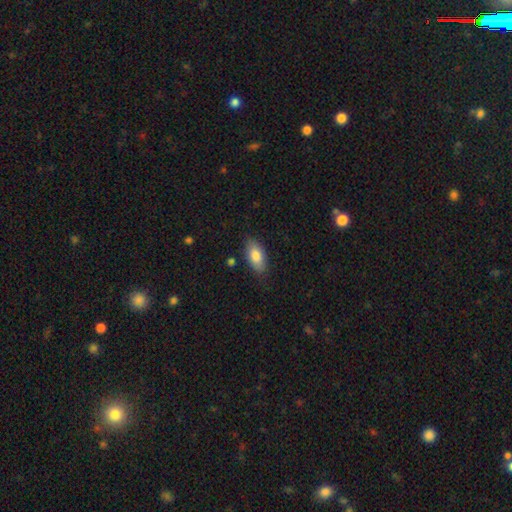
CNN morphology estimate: A smooth galaxy with no disk features (83%) that is in between round and cigar-shaped (91%). Merging: none (81%).